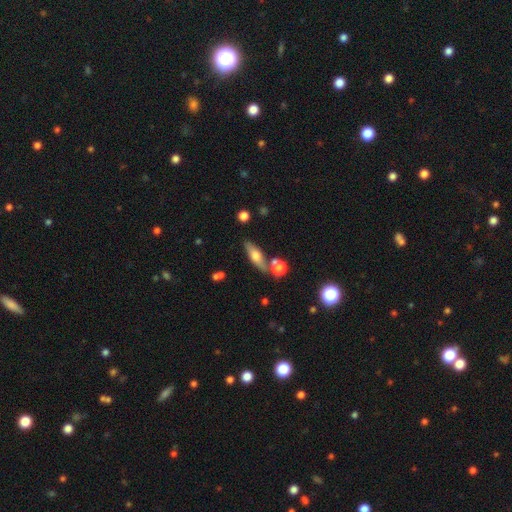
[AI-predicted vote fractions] smooth_or_featured: smooth (p=0.51) [alt: featured or disk p=0.41]
how_rounded: in between (p=0.48) [alt: cigar-shaped p=0.47]
merging: none (p=0.70) [alt: merger p=0.13]